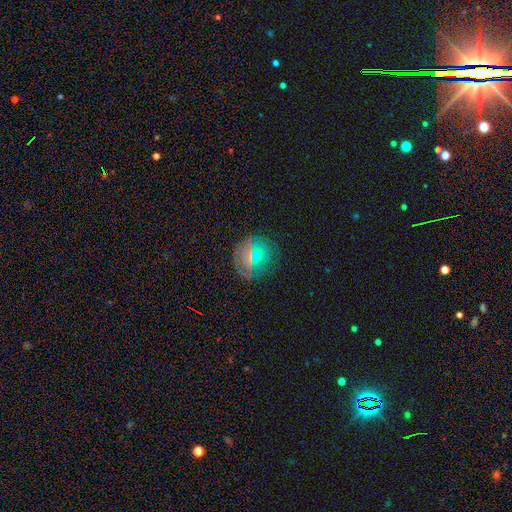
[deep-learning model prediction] Smooth or featured? Predicted: smooth (p=0.57). How rounded? Predicted: round (p=0.90). Merging? Predicted: none (p=0.85).